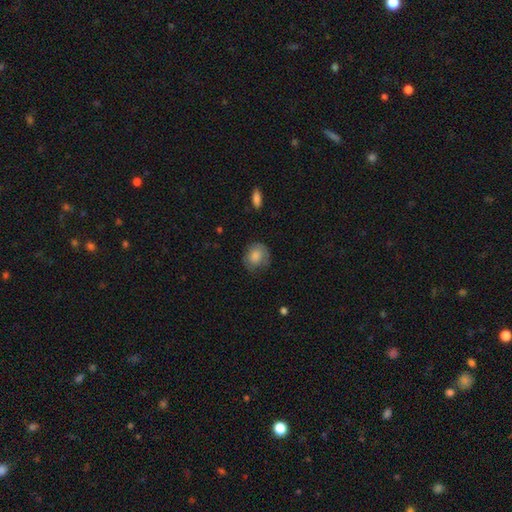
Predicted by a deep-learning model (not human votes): This appears to be a smooth galaxy with no disk features (76%) that is round (68%). Merging: none (65%).